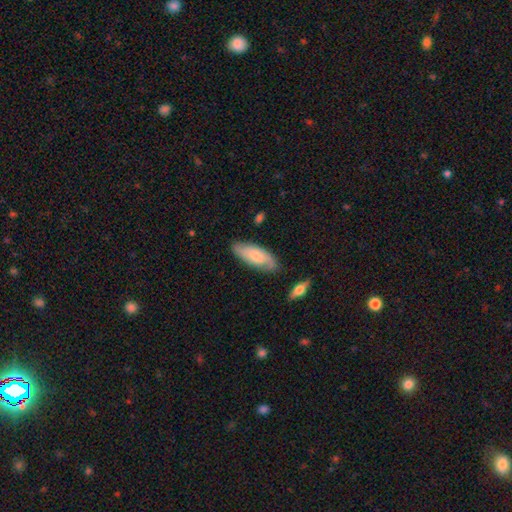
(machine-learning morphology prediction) smooth-or-featured: smooth: 52% | featured or disk: 42% | star or artifact: 6%
  how-rounded: in between: 77% | cigar-shaped: 20% | round: 2%
  merging: none: 76% | minor disturbance: 18% | major disturbance: 4% | merger: 2%